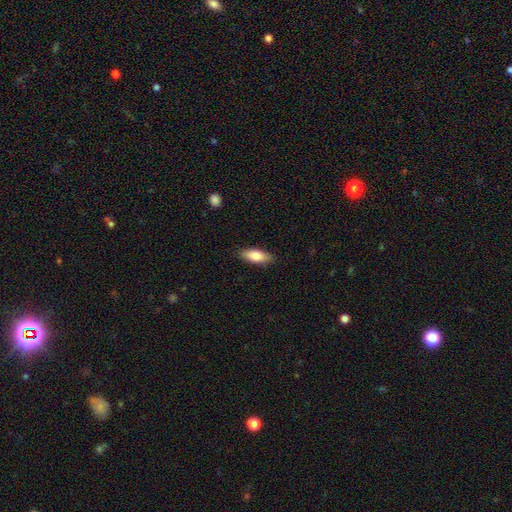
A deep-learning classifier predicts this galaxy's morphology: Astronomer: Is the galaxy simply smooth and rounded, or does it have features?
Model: smooth — 77%.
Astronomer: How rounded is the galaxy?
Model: in between — 69%.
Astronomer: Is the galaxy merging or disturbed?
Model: none — 87%.